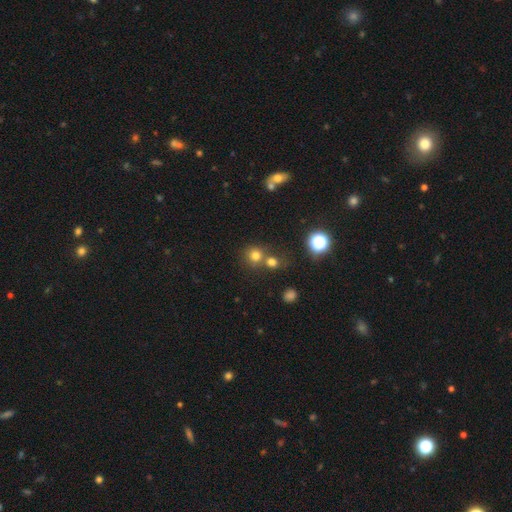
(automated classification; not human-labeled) Smooth or featured? Predicted: smooth (p=0.73). How rounded? Predicted: round (p=0.89). Merging? Predicted: none (p=0.57).